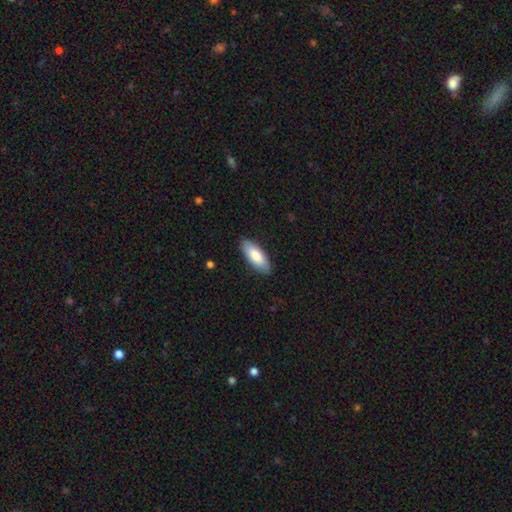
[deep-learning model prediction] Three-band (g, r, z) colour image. It shows a smooth galaxy with no disk features (82%) that is in between round and cigar-shaped (79%). Merging: none (87%).